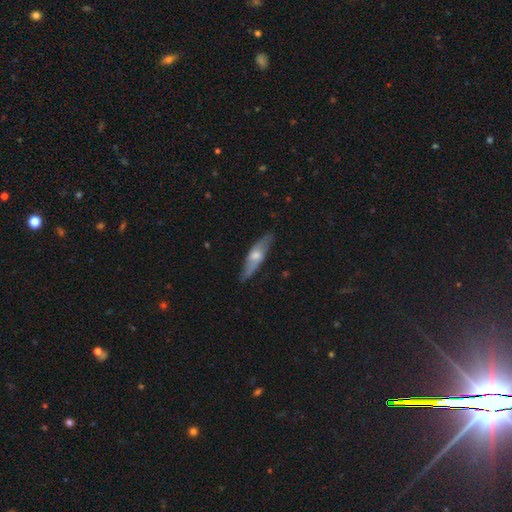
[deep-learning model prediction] This appears to be a featured or disk galaxy (55%) viewed edge-on (62%). Merging: none (80%).